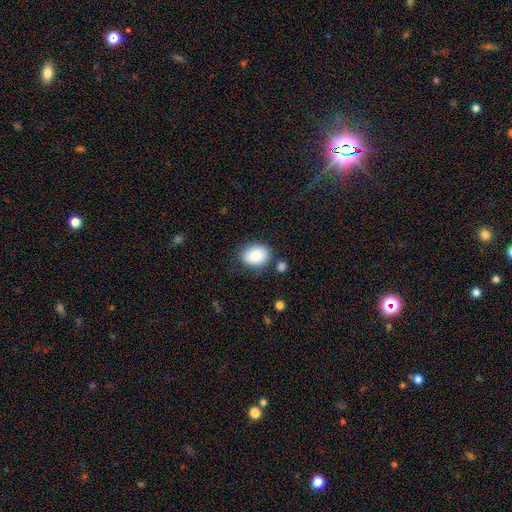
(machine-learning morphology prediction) This appears to be a smooth galaxy with no disk features (86%) that is in between round and cigar-shaped (67%). Merging: none (76%).